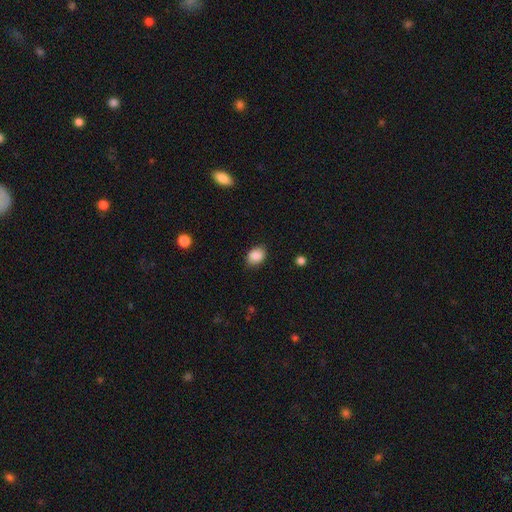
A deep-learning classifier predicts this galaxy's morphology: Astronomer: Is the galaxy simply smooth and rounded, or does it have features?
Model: smooth — 89%.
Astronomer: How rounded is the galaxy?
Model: in between — 70%.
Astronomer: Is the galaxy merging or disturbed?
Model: none — 84%.